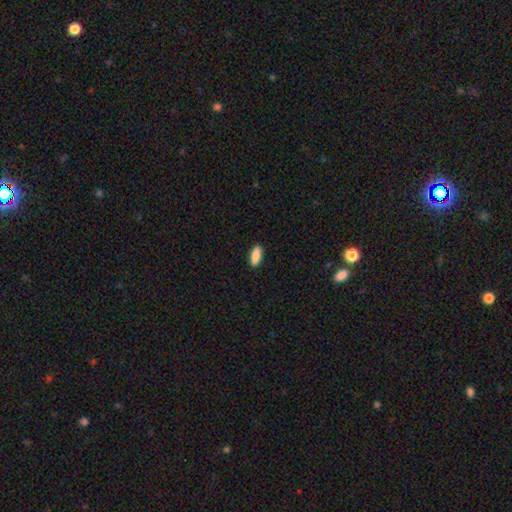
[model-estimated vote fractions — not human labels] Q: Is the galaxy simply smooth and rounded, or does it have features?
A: smooth — 89%.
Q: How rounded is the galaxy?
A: in between — 75%.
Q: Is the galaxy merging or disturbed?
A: none — 90%.